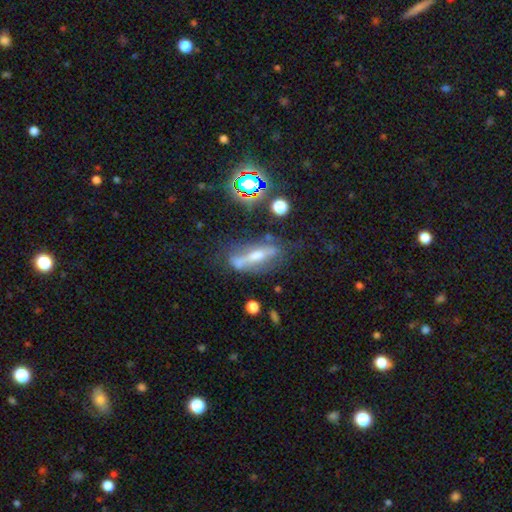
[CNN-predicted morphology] The model was most divided on "edge-on disk": yes: 58%, no: 42%. More confident: smooth or featured — featured or disk (59%); merging — none (50%).